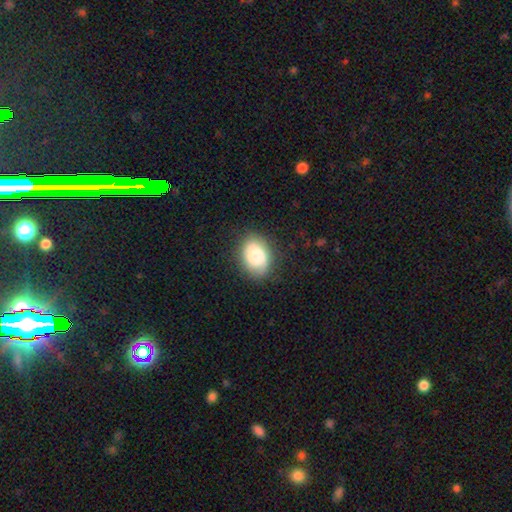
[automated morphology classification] Overall: smooth (73%). How rounded: in between (75%). Merging: none (80%).